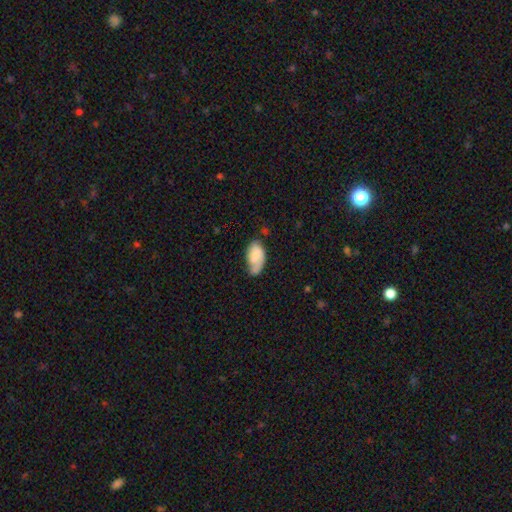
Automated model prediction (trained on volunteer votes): Smooth or featured? smooth (57%)
How rounded? in between (93%)
Merging? none (43%)